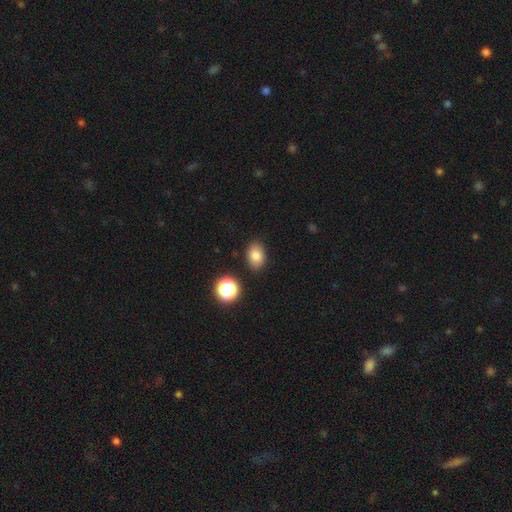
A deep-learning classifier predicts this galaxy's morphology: This appears to be a smooth galaxy with no disk features (81%) that is in between round and cigar-shaped (79%). Merging: none (86%).